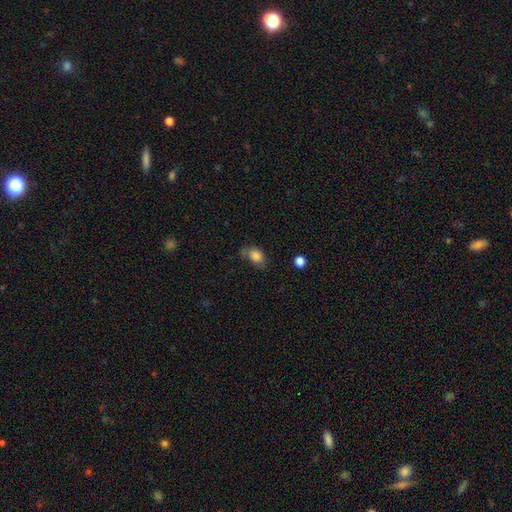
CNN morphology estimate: type=smooth (83%); roundness=in between (71%); merging=none (50%).